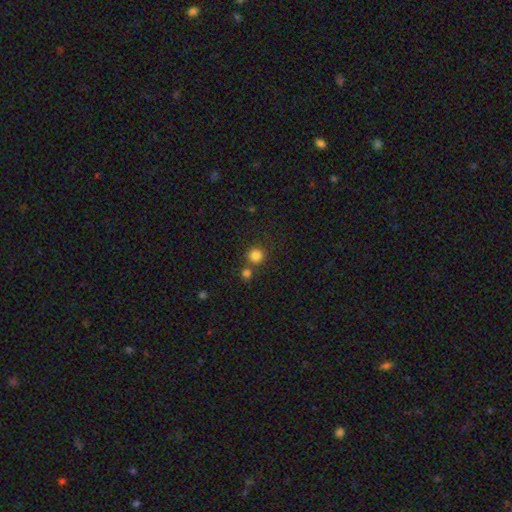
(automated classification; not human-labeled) smooth 83%, star or artifact 12%, featured or disk 5%. Down the decision tree: how rounded — round (94%); merging — none (70%).